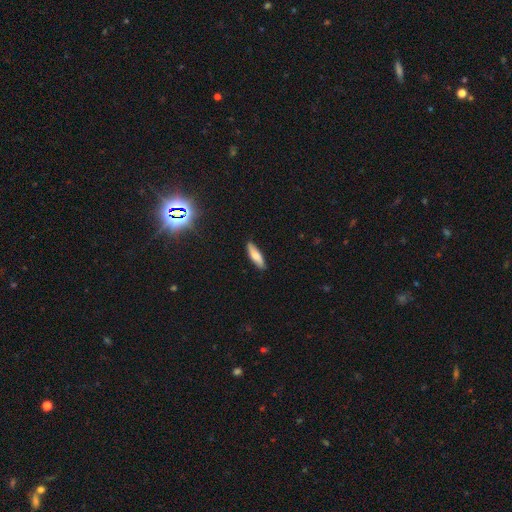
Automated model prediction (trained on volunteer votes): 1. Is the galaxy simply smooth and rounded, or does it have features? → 71% smooth, 23% featured or disk, 7% star or artifact.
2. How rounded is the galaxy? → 61% cigar-shaped, 37% in between, 2% round.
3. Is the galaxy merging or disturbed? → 87% none, 10% minor disturbance, 2% major disturbance, 1% merger.